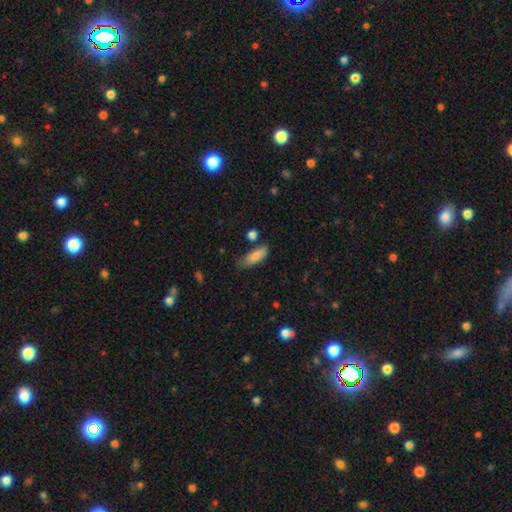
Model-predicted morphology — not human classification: This appears to be a smooth galaxy with no disk features (84%) that is in between round and cigar-shaped (72%). Merging: none (58%).